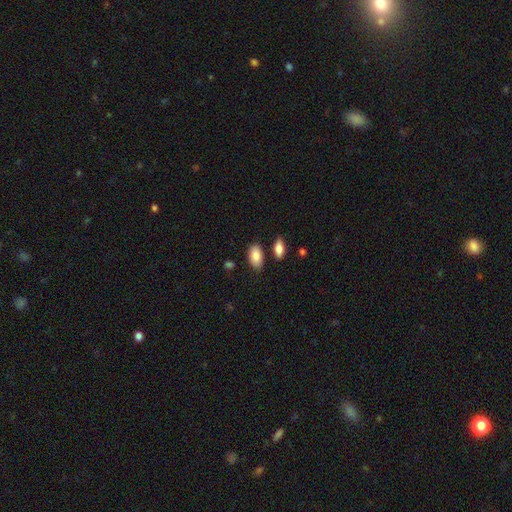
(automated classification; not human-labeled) smooth_or_featured: smooth (p=0.87) [alt: star or artifact p=0.07]
how_rounded: in between (p=0.94) [alt: round p=0.04]
merging: none (p=0.78) [alt: minor disturbance p=0.13]